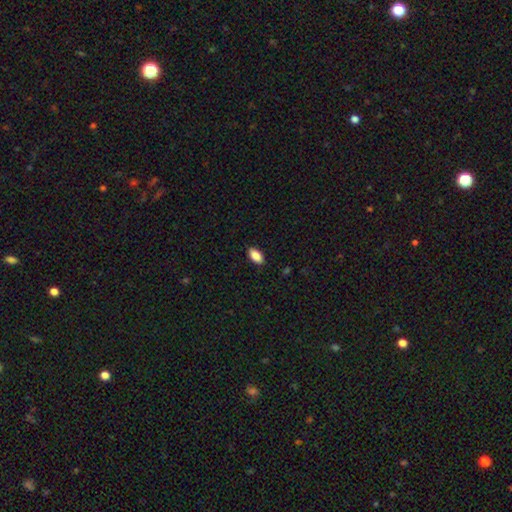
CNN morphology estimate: smooth-or-featured: smooth: 88% | star or artifact: 7% | featured or disk: 5%
  how-rounded: in between: 93% | cigar-shaped: 4% | round: 3%
  merging: none: 88% | minor disturbance: 9% | major disturbance: 2% | merger: 1%